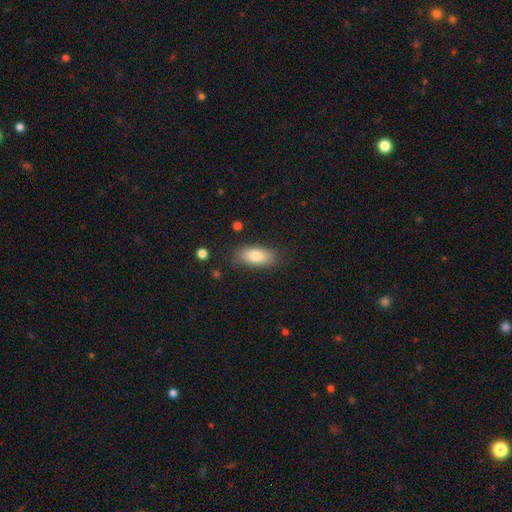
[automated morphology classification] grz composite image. It shows a smooth galaxy with no disk features (80%) that is in between round and cigar-shaped (86%). Merging: none (83%).